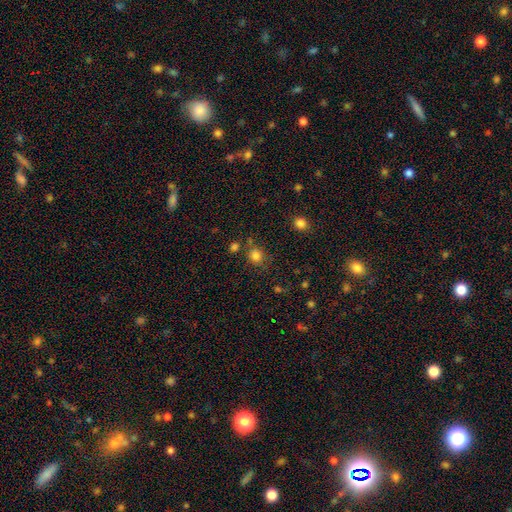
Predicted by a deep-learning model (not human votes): A smooth galaxy with no disk features (81%) that is round (83%).

Vote fractions:
- Smooth or featured? smooth: 81% / star or artifact: 14% / featured or disk: 5%
- How rounded? round: 83% / in between: 16% / cigar-shaped: 1%
- Merging? none: 72% / minor disturbance: 12% / merger: 11% / major disturbance: 5%